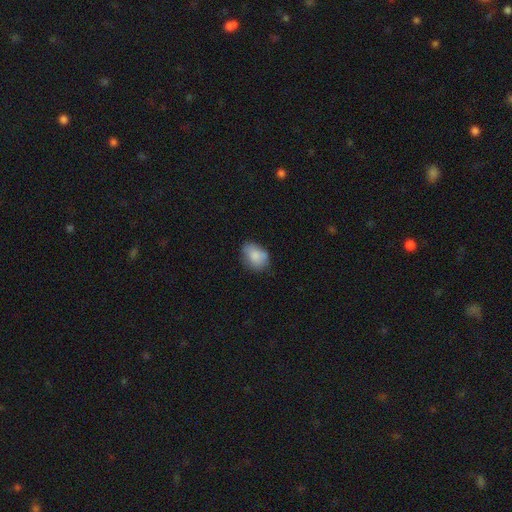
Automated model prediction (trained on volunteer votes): Smooth or featured? smooth (82%)
How rounded? in between (76%)
Merging? none (59%)